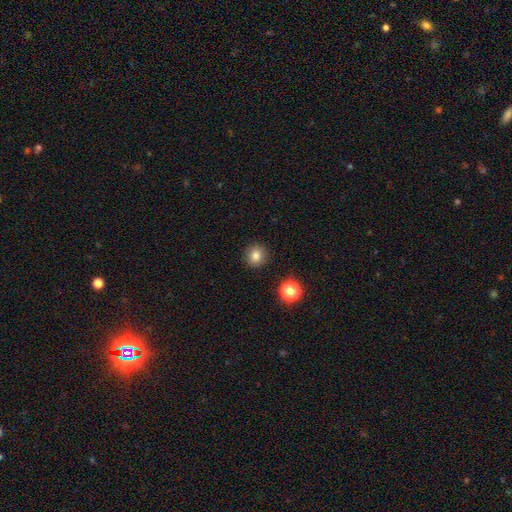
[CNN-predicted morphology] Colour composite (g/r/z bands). It shows a smooth galaxy with no disk features (81%) that is round (91%). Merging: none (91%).